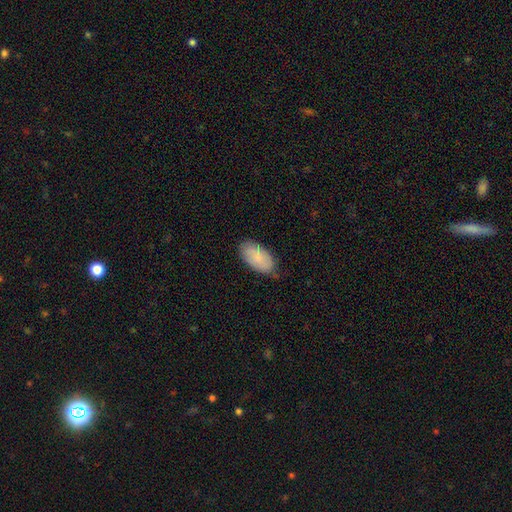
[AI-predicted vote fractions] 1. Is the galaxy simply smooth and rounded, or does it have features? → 83% smooth, 11% featured or disk, 6% star or artifact.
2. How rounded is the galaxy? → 95% in between, 3% cigar-shaped, 2% round.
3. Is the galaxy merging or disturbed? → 74% none, 21% minor disturbance, 3% major disturbance, 1% merger.